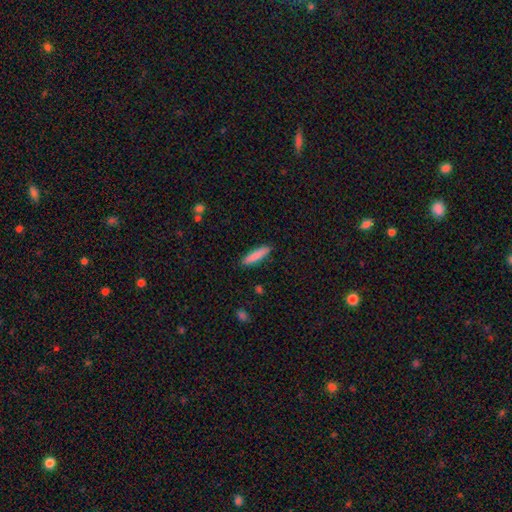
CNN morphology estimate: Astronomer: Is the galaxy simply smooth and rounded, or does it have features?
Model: smooth — 85%.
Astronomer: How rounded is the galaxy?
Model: cigar-shaped — 82%.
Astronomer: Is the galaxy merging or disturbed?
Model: none — 89%.